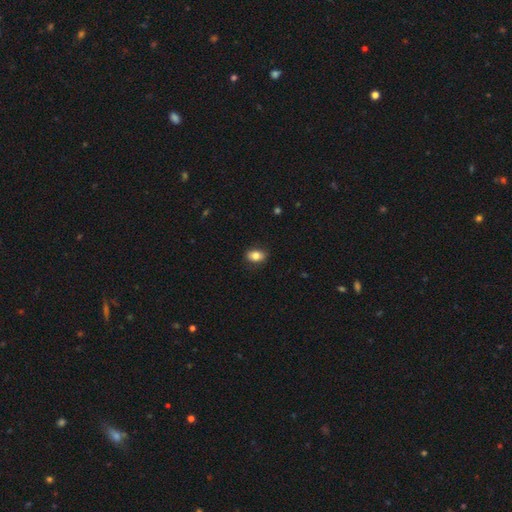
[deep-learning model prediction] smooth 81%, featured or disk 11%, star or artifact 8%. Down the decision tree: how rounded — in between (82%); merging — none (87%).